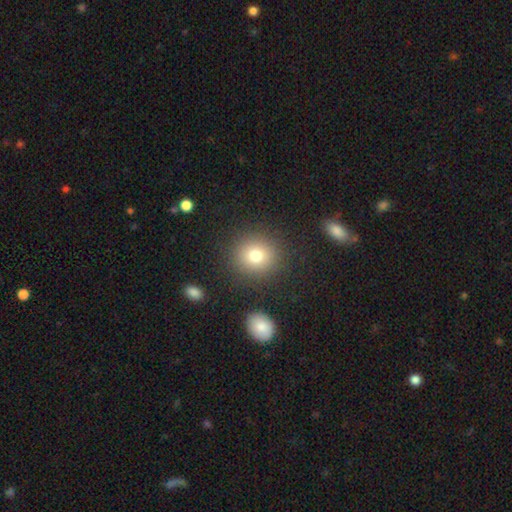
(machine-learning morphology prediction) The model was most divided on "smooth or featured": smooth: 78%, star or artifact: 12%, featured or disk: 10%. More confident: merging — none (86%); how rounded — round (83%).